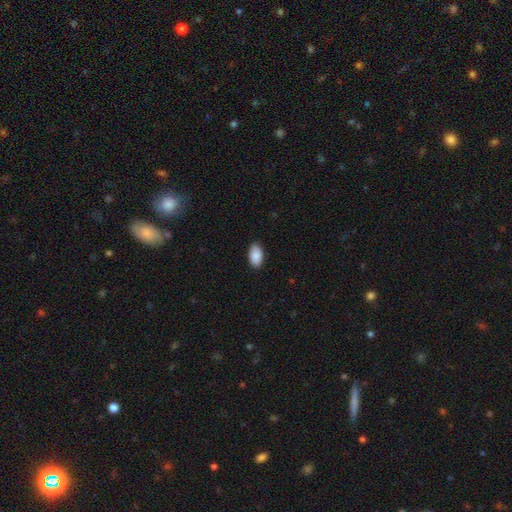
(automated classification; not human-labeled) The model was most divided on "merging": none: 88%, minor disturbance: 9%, major disturbance: 2%, merger: 1%. More confident: how rounded — in between (95%); smooth or featured — smooth (88%).